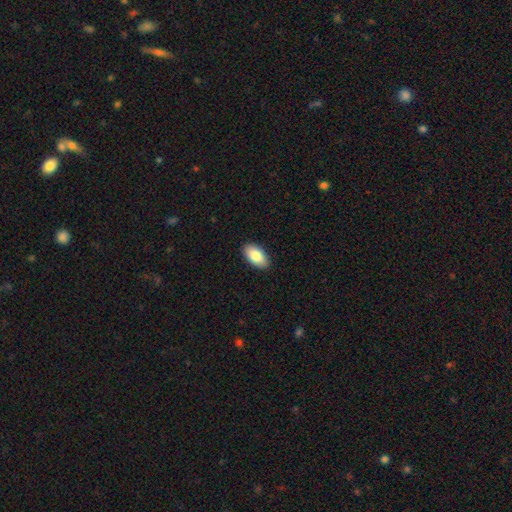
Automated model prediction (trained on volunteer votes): smooth 86%, featured or disk 8%, star or artifact 6%. Down the decision tree: how rounded — in between (95%); merging — none (90%).